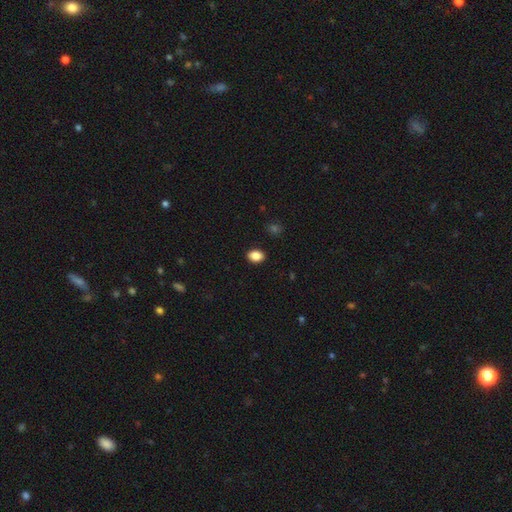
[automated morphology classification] smooth 88%, star or artifact 9%, featured or disk 4%. Down the decision tree: how rounded — in between (73%); merging — none (90%).